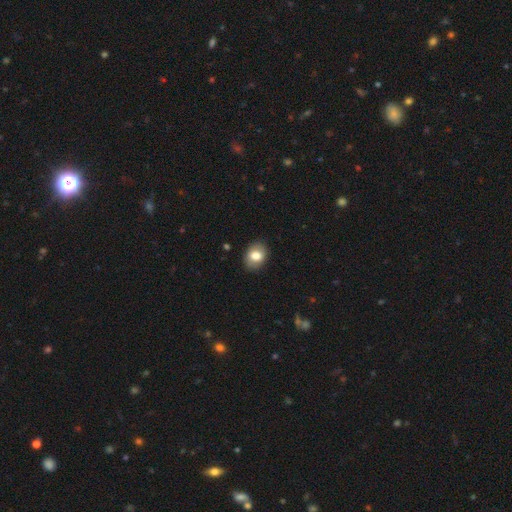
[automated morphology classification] A smooth galaxy with no disk features (79%) that is in between round and cigar-shaped (65%).

Vote fractions:
- Smooth or featured? smooth: 79% / featured or disk: 14% / star or artifact: 8%
- How rounded? in between: 65% / round: 34% / cigar-shaped: 1%
- Merging? none: 87% / minor disturbance: 10% / major disturbance: 2% / merger: 1%